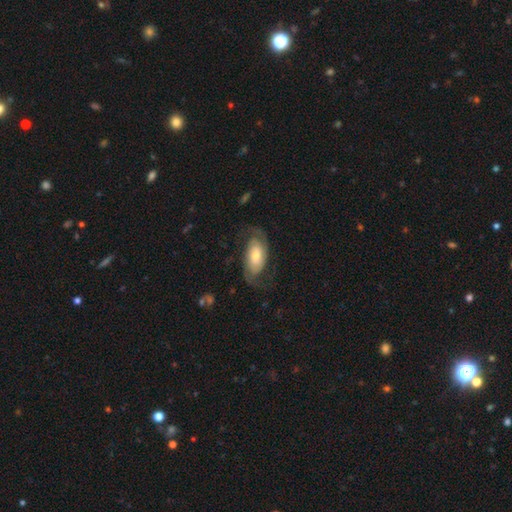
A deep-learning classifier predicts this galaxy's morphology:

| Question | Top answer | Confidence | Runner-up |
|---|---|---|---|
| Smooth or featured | featured or disk | 73% | smooth (20%) |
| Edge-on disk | no | 95% | yes (5%) |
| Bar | no | 61% | weak (28%) |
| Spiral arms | yes | 93% | no (7%) |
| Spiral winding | medium | 42% | loose (34%) |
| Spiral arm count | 2 | 89% | can't tell (6%) |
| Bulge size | moderate | 48% | small (33%) |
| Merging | none | 68% | minor disturbance (16%) |